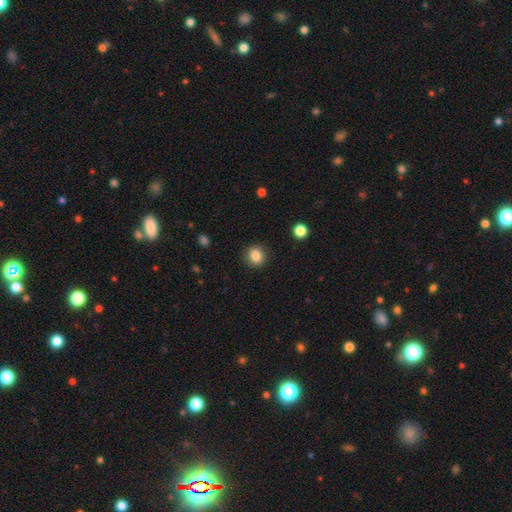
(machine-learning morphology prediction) type=smooth (85%); roundness=round (83%); merging=none (89%).